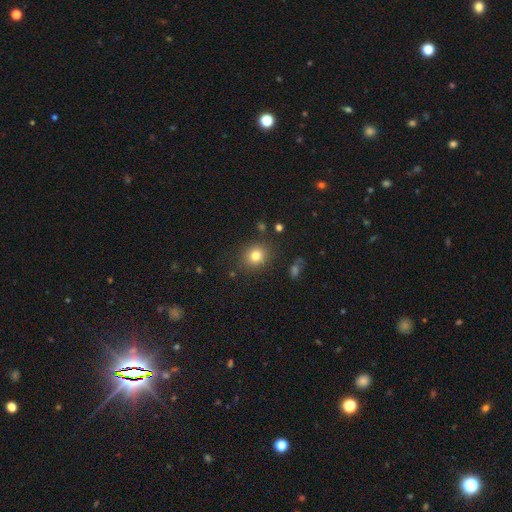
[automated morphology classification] Smooth or featured? Predicted: smooth (p=0.80). How rounded? Predicted: round (p=0.81). Merging? Predicted: none (p=0.87).